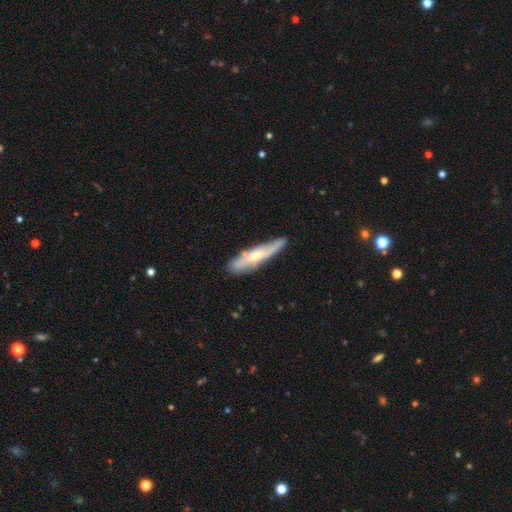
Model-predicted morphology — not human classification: type=featured or disk (48%); merging=none (70%).